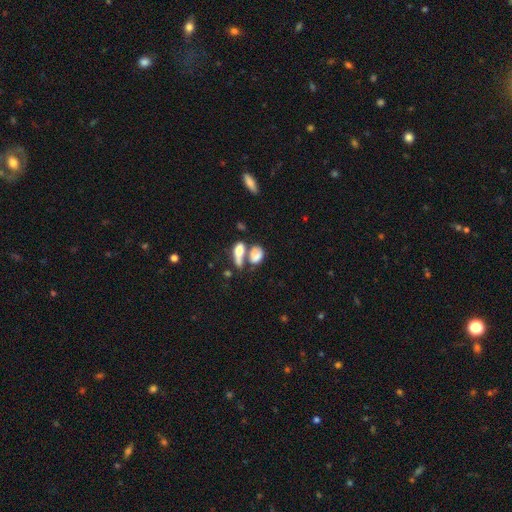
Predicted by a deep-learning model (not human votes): Morphology: type=smooth (75%); roundness=in between (77%); merging=merger (52%).